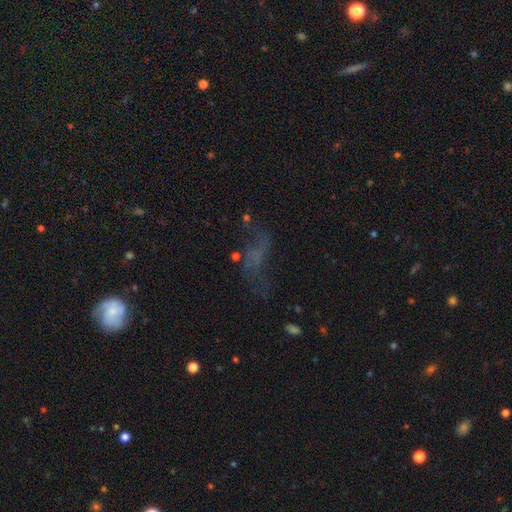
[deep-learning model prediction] Smooth or featured?
  - featured or disk: 37% *
  - smooth: 34%
  - star or artifact: 28%
Merging?
  - none: 43% *
  - major disturbance: 32%
  - minor disturbance: 18%
  - merger: 6%